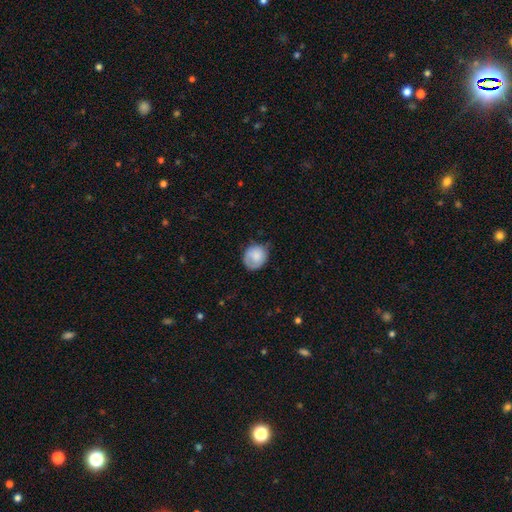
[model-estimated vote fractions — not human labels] Overall: smooth (79%). How rounded: round (75%). Merging: none (57%; minor disturbance 32%).